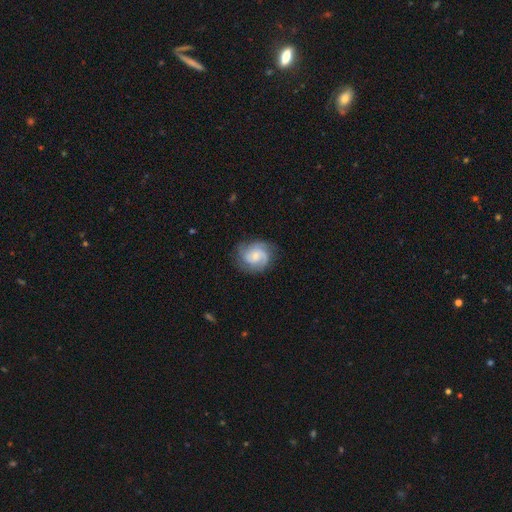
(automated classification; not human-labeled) The model was most divided on "spiral winding": medium: 44%, tight: 40%, loose: 15%. Remaining: edge-on disk — no (98%); spiral arms — yes (95%); merging — none (75%); smooth or featured — featured or disk (72%); bar — no (61%); bulge size — small (59%); spiral arm count — 2 (41%).